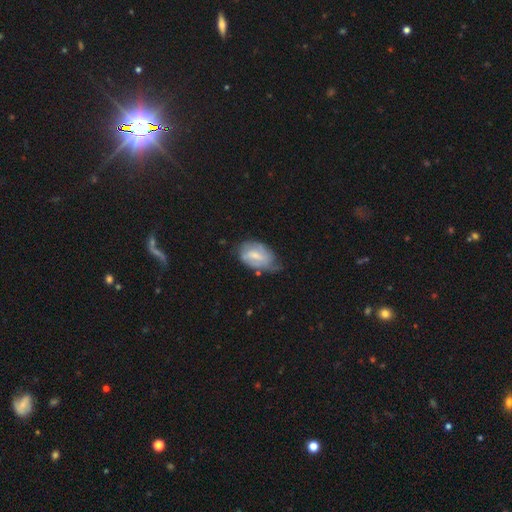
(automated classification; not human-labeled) Smooth or featured? Predicted: featured or disk (p=0.54). Edge-on disk? Predicted: no (p=0.96). Bar? Predicted: weak (p=0.56). Spiral arms? Predicted: yes (p=0.75). Bulge size? Predicted: small (p=0.41). Merging? Predicted: none (p=0.44).